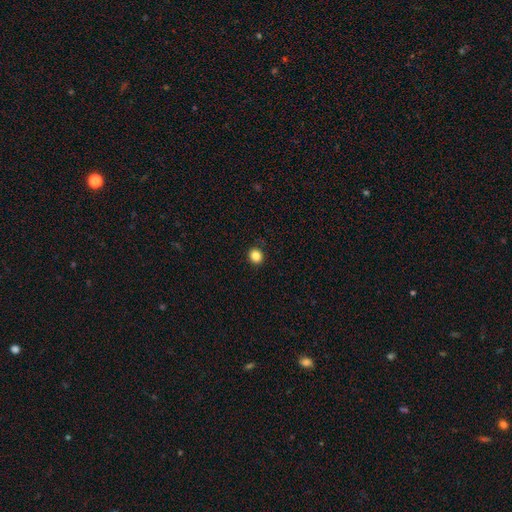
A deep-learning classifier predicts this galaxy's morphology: smooth 85%, star or artifact 11%, featured or disk 4%. Down the decision tree: how rounded — round (86%); merging — none (91%).